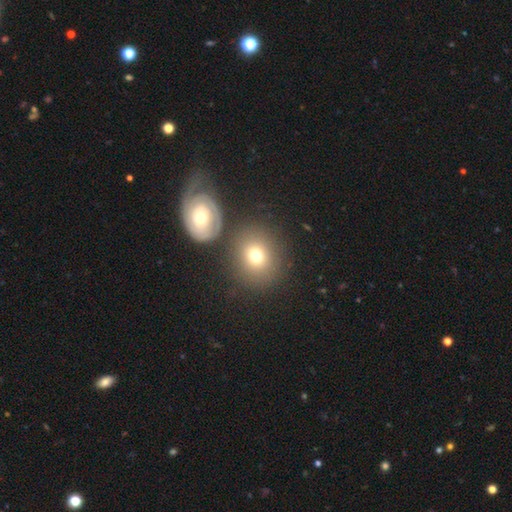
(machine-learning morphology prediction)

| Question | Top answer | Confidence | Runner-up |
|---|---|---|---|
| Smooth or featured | smooth | 73% | featured or disk (15%) |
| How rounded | round | 73% | in between (26%) |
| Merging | none | 73% | merger (12%) |